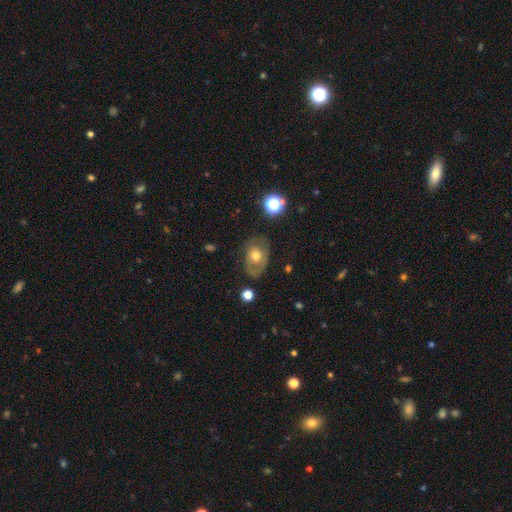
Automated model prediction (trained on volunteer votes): smooth_or_featured: smooth (p=0.54) [alt: featured or disk p=0.36]
how_rounded: in between (p=0.70) [alt: round p=0.29]
merging: none (p=0.63) [alt: minor disturbance p=0.23]